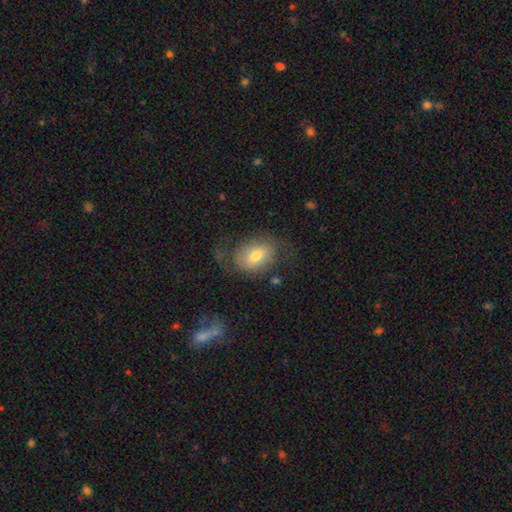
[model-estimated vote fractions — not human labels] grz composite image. It shows a smooth galaxy with no disk features (56%) that is in between round and cigar-shaped (71%). Merging: none (54%).